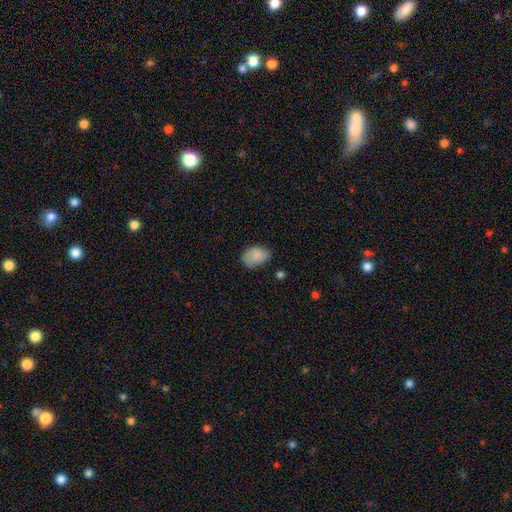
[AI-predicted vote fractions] Q: Smooth or featured?
A: smooth (84%); runner-up: featured or disk (8%)
Q: How rounded?
A: in between (84%); runner-up: round (15%)
Q: Merging?
A: none (64%); runner-up: minor disturbance (27%)